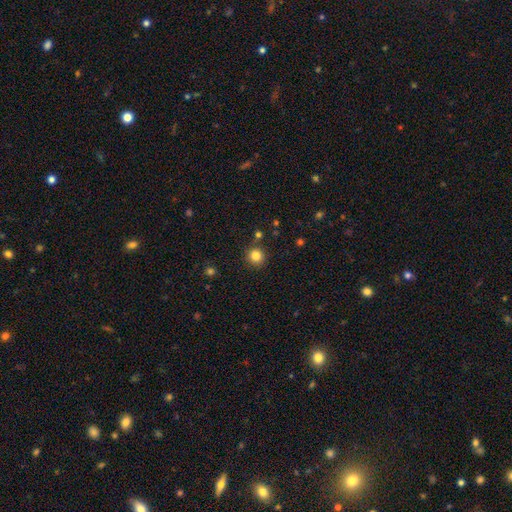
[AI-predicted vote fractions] This is clearly a smooth galaxy (83%). How rounded: clearly round (93%). Merging: clearly none (86%).